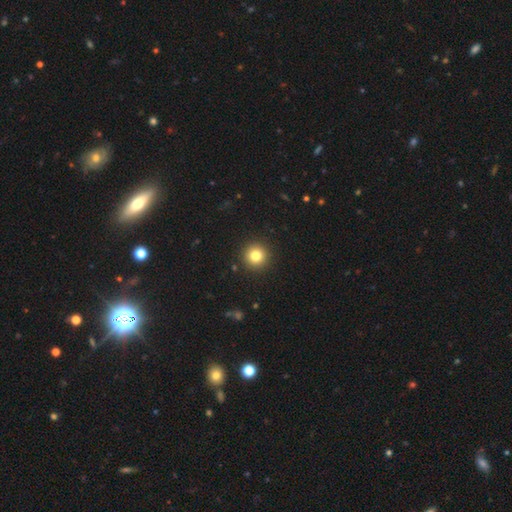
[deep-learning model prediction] Overall: smooth (81%). How rounded: round (96%). Merging: none (93%).